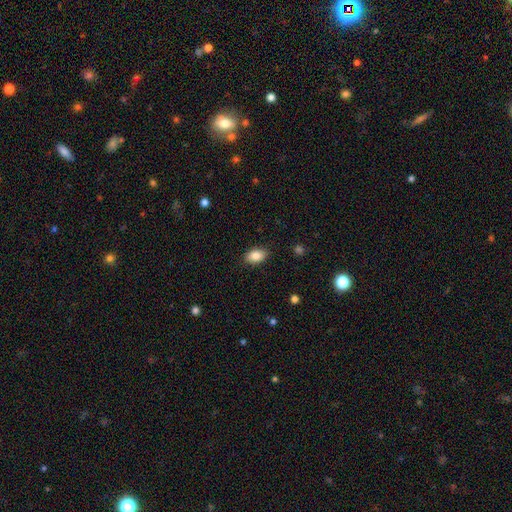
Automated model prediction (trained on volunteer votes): Q: Smooth or featured?
A: smooth (86%); runner-up: star or artifact (8%)
Q: How rounded?
A: in between (90%); runner-up: round (9%)
Q: Merging?
A: none (88%); runner-up: minor disturbance (9%)